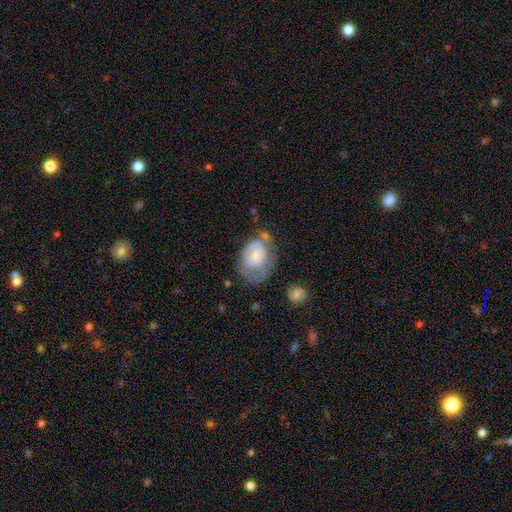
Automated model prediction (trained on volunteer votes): This is likely a smooth galaxy (61%). How rounded: likely in between (71%). Merging: marginally minor disturbance (31%, tied with none).